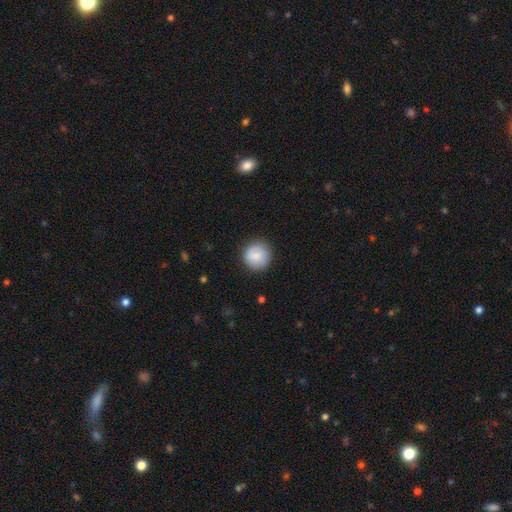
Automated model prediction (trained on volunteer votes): This is clearly a smooth galaxy (84%). How rounded: clearly round (94%). Merging: clearly none (87%).